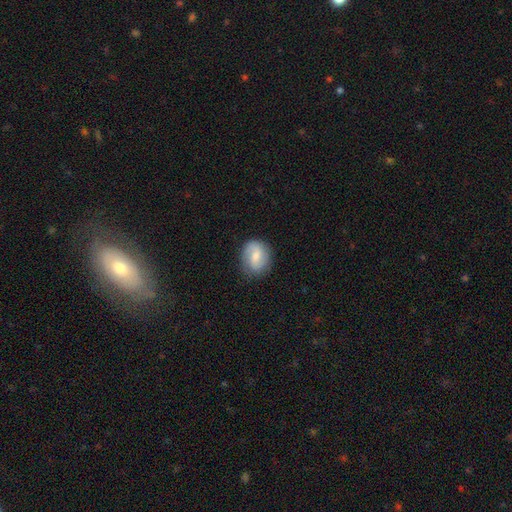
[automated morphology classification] type=smooth (50%); roundness=round (55%); merging=none (78%).